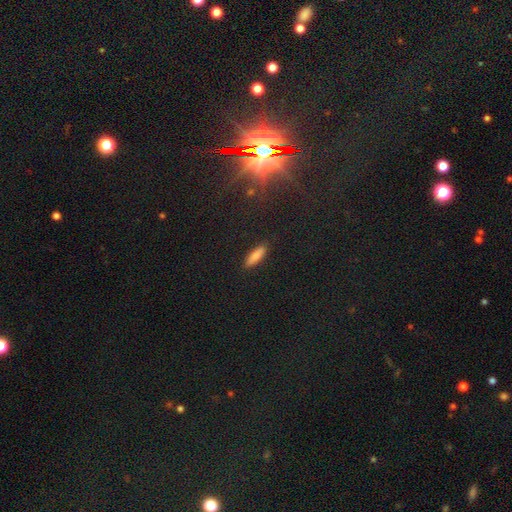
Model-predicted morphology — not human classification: smooth-or-featured: smooth: 83% | featured or disk: 10% | star or artifact: 7%
  how-rounded: cigar-shaped: 64% | in between: 35% | round: 2%
  merging: none: 89% | minor disturbance: 8% | major disturbance: 2% | merger: 1%